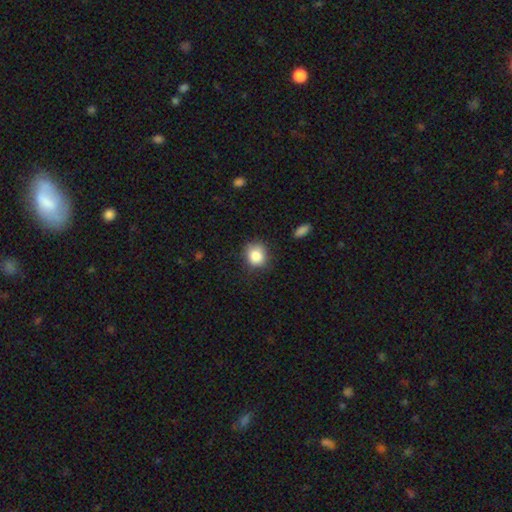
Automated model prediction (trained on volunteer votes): Morphology: type=smooth (85%); roundness=round (76%); merging=none (74%).